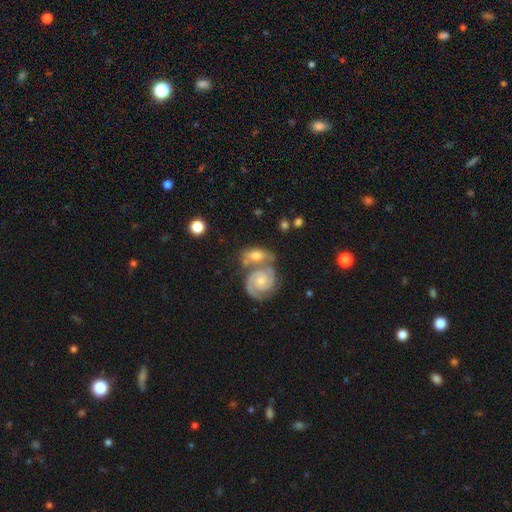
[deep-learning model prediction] A featured or disk galaxy (64%) with no bar (71%), 2 (81%) tight (54%) spiral arms (90%) and a small central bulge (50%).

Vote fractions:
- Smooth or featured? featured or disk: 64% / smooth: 29% / star or artifact: 7%
- Edge-on disk? no: 94% / yes: 6%
- Bar? no: 71% / weak: 23% / strong: 6%
- Spiral arms? yes: 90% / no: 10%
- Spiral winding? tight: 54% / medium: 36% / loose: 10%
- Spiral arm count? 2: 81% / can't tell: 8% / 3: 5% / 1: 3% / 4: 1% / more than 4: 1%
- Bulge size? small: 50% / moderate: 37% / large: 6% / none: 6% / dominant: 2%
- Merging? merger: 43% / none: 37% / minor disturbance: 14% / major disturbance: 6%